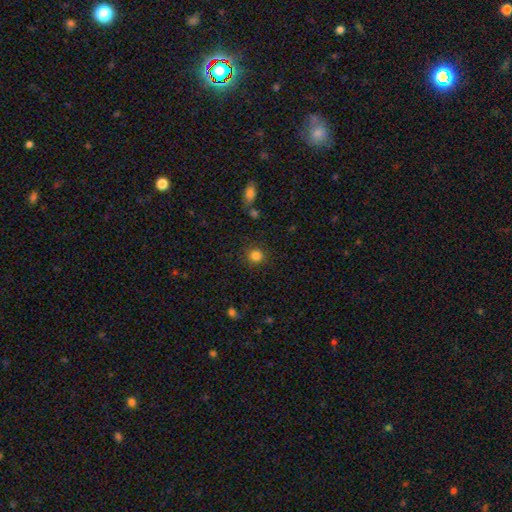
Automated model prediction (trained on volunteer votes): Smooth or featured? Predicted: smooth (p=0.84). How rounded? Predicted: round (p=0.91). Merging? Predicted: none (p=0.86).